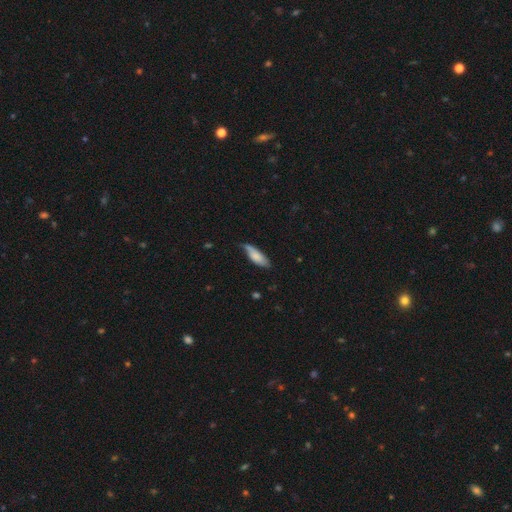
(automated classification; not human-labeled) smooth_or_featured: smooth (p=0.72) [alt: featured or disk p=0.21]
how_rounded: in between (p=0.67) [alt: cigar-shaped p=0.31]
merging: none (p=0.50) [alt: minor disturbance p=0.38]